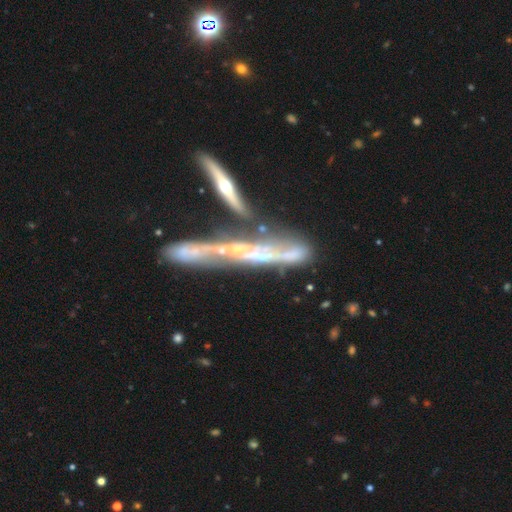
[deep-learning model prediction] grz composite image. It shows a featured or disk galaxy (59%) viewed edge-on (54%). Merging: merger (40%).